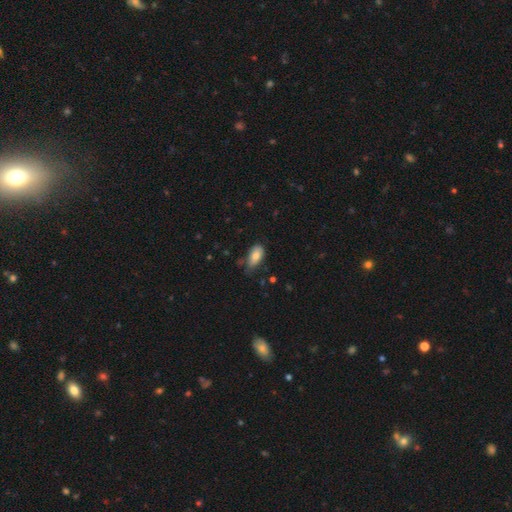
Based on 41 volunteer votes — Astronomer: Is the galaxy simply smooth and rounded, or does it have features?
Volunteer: smooth — 90%.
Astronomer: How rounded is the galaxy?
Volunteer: in between — 86%.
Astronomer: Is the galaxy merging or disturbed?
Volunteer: minor disturbance — 50% (runner-up: none, 42%).